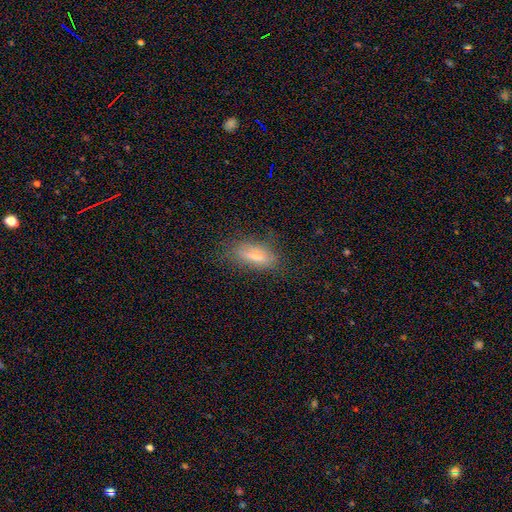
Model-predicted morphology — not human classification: smooth_or_featured: smooth (p=0.70) [alt: featured or disk p=0.21]
how_rounded: in between (p=0.70) [alt: cigar-shaped p=0.26]
merging: none (p=0.75) [alt: minor disturbance p=0.18]